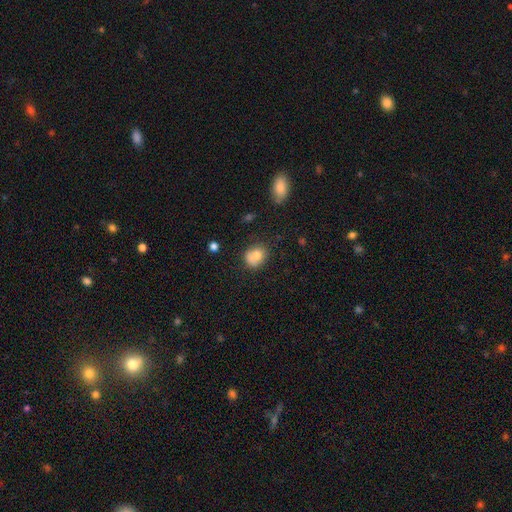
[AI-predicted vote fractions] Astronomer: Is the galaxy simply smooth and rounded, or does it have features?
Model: smooth — 75%.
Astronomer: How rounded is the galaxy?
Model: round — 62% (runner-up: in between, 38%).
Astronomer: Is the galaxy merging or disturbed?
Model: none — 55%.